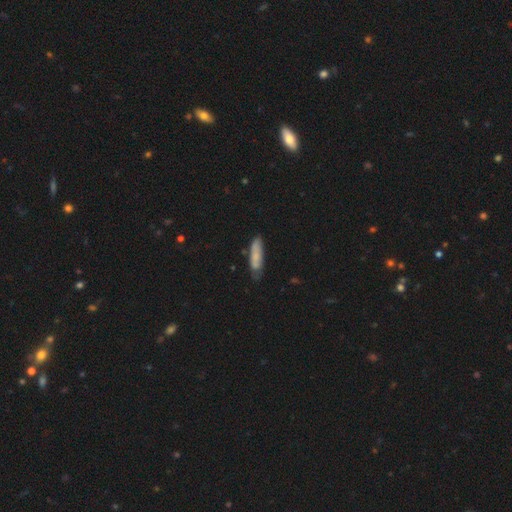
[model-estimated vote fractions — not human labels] Q: Smooth or featured?
A: smooth (71%); runner-up: featured or disk (22%)
Q: How rounded?
A: cigar-shaped (65%); runner-up: in between (33%)
Q: Merging?
A: none (64%); runner-up: minor disturbance (27%)